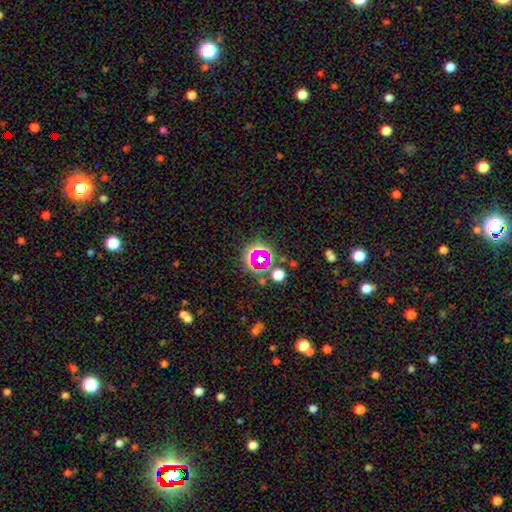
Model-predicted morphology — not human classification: Overall: star or artifact (52%; smooth 34%).